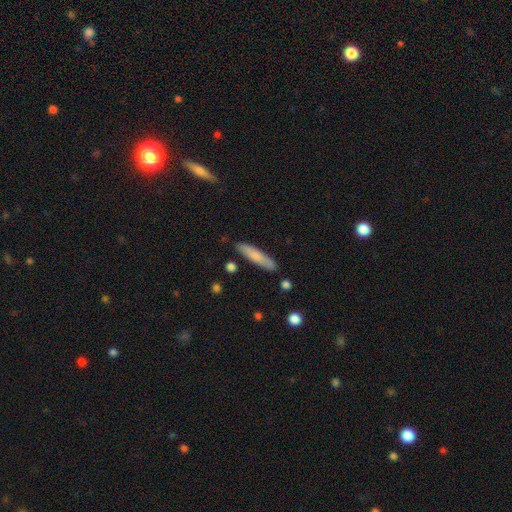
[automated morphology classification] Overall: smooth (74%). How rounded: cigar-shaped (86%). Merging: none (86%).